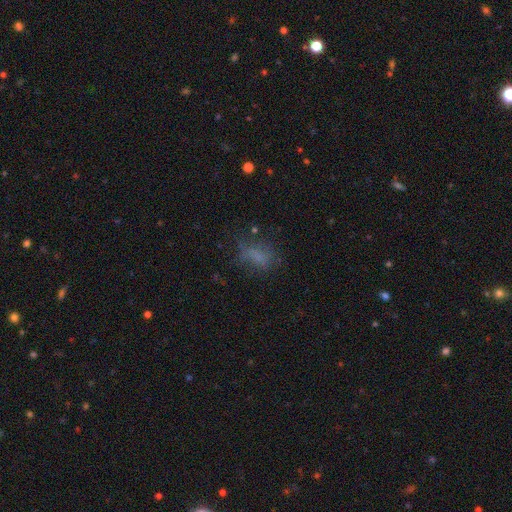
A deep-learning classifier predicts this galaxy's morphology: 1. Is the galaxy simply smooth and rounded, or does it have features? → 63% smooth, 20% star or artifact, 17% featured or disk.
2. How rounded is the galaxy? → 77% in between, 17% round, 7% cigar-shaped.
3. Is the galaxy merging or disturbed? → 55% none, 22% minor disturbance, 20% major disturbance, 3% merger.